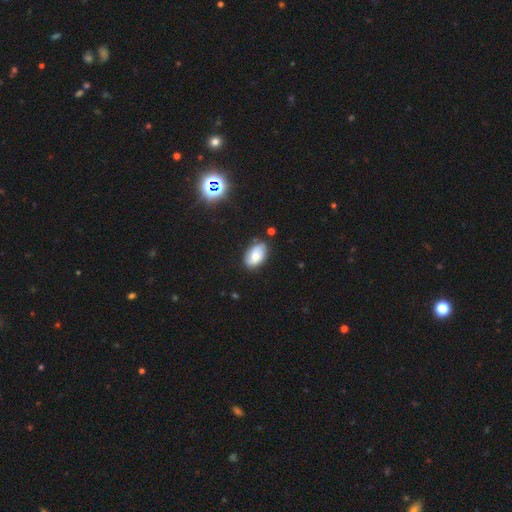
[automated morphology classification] Smooth or featured? smooth (61%)
How rounded? in between (91%)
Merging? none (75%)